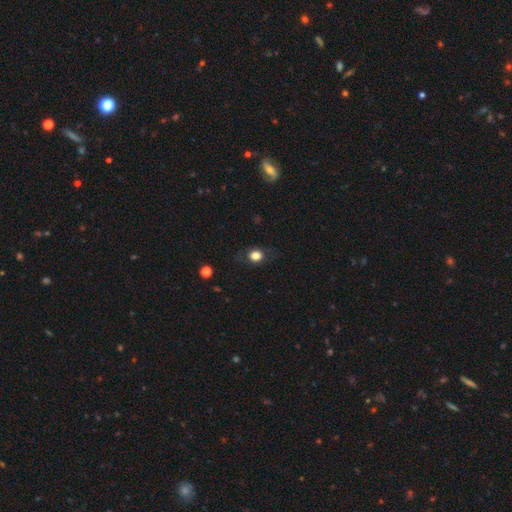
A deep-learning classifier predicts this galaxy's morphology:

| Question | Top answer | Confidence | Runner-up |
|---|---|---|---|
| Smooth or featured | smooth | 77% | featured or disk (12%) |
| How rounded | round | 59% | in between (40%) |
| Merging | none | 80% | minor disturbance (14%) |